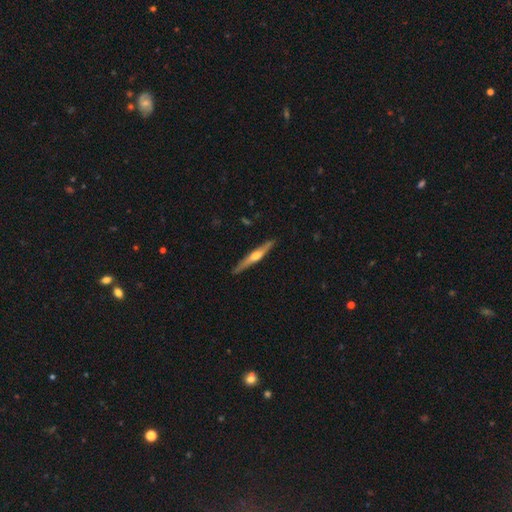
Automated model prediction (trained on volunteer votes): Smooth or featured?
  - featured or disk: 65% *
  - smooth: 30%
  - star or artifact: 5%
Edge-on disk?
  - yes: 97% *
  - no: 3%
Edge-on bulge?
  - rounded: 86% *
  - none: 7%
  - boxy: 6%
Merging?
  - none: 88% *
  - minor disturbance: 9%
  - major disturbance: 2%
  - merger: 1%